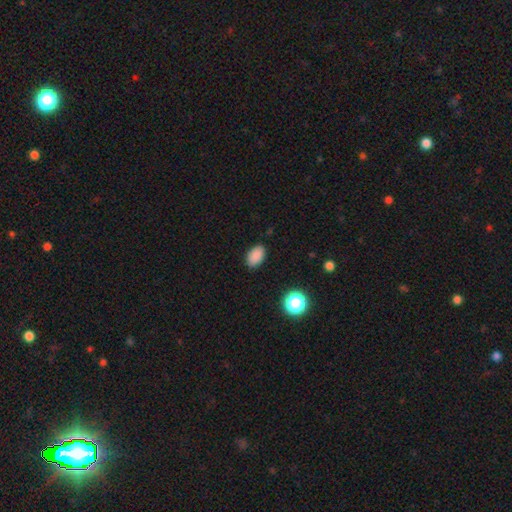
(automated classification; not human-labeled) Q: Smooth or featured?
A: smooth (87%); runner-up: star or artifact (10%)
Q: How rounded?
A: in between (89%); runner-up: round (10%)
Q: Merging?
A: none (87%); runner-up: minor disturbance (9%)